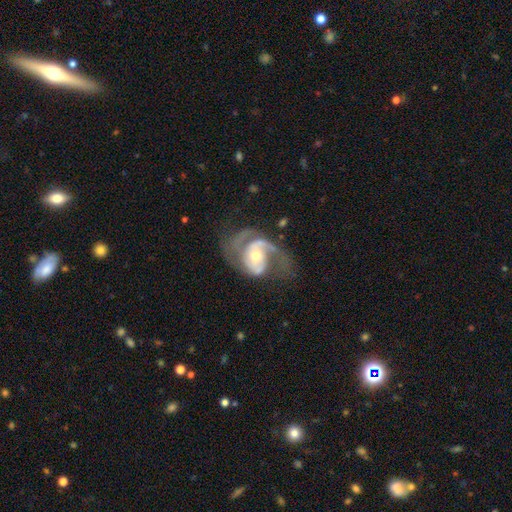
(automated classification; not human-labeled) Q: Smooth or featured?
A: featured or disk (88%); runner-up: smooth (7%)
Q: Edge-on disk?
A: no (98%); runner-up: yes (2%)
Q: Bar?
A: no (57%); runner-up: weak (32%)
Q: Spiral arms?
A: yes (96%); runner-up: no (4%)
Q: Spiral winding?
A: medium (52%); runner-up: loose (27%)
Q: Spiral arm count?
A: 2 (69%); runner-up: 1 (10%)
Q: Bulge size?
A: moderate (54%); runner-up: small (39%)
Q: Merging?
A: none (48%); runner-up: major disturbance (29%)